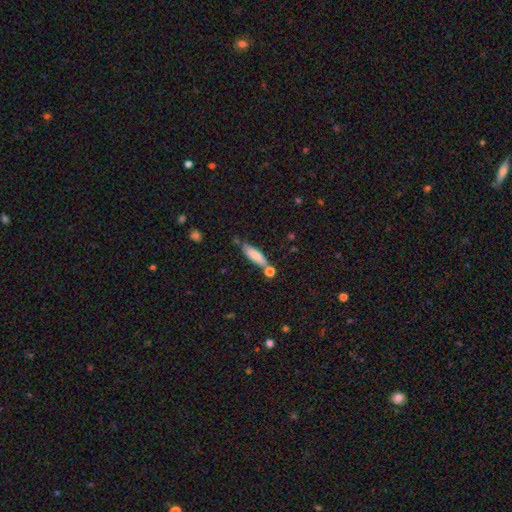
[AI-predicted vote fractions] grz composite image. It shows a smooth galaxy with no disk features (79%) that is cigar-shaped (61%). Merging: none (63%).